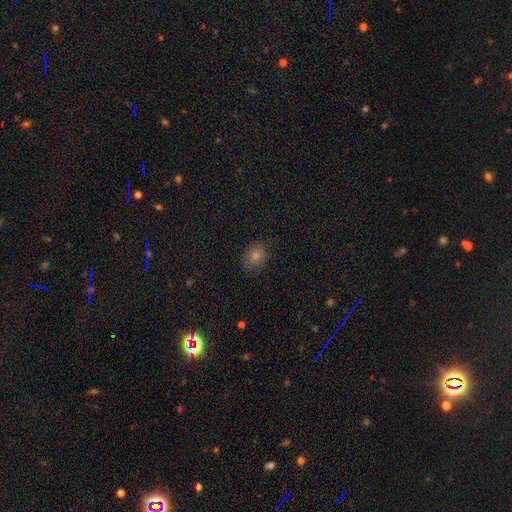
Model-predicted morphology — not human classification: A smooth galaxy with no disk features (65%) that is round (60%). Merging: none (84%).